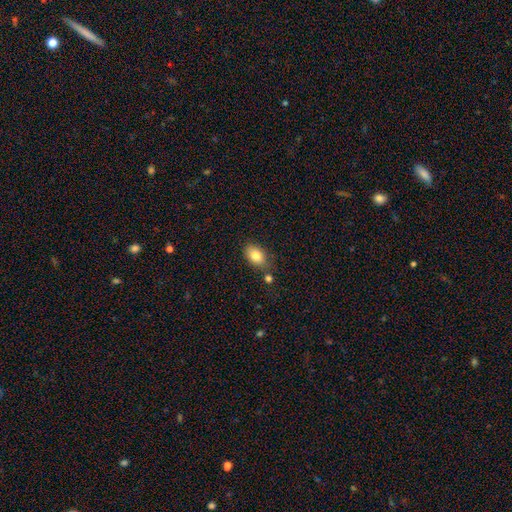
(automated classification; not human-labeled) smooth 82%, featured or disk 9%, star or artifact 8%. Down the decision tree: how rounded — in between (84%); merging — none (70%).